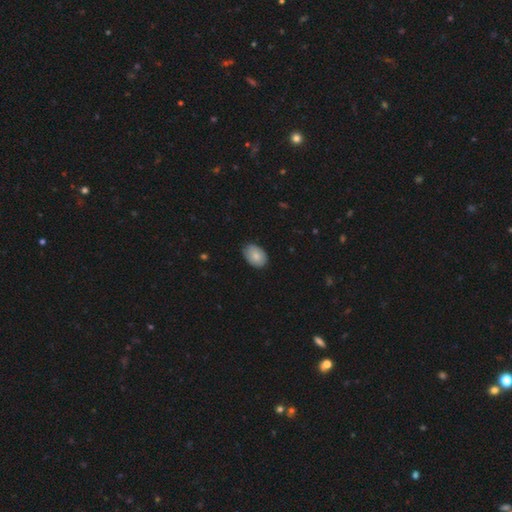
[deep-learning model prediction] A smooth galaxy with no disk features (82%) that is in between round and cigar-shaped (81%). Merging: none (78%).